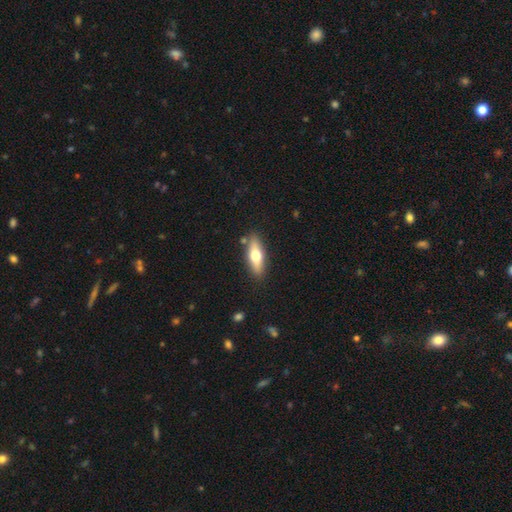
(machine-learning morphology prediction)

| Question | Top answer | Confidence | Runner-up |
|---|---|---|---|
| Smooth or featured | smooth | 58% | featured or disk (36%) |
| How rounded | in between | 52% | cigar-shaped (45%) |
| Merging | none | 85% | minor disturbance (10%) |